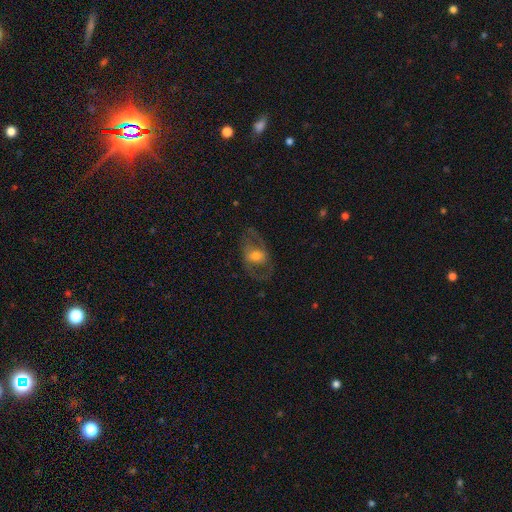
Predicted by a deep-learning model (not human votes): Smooth or featured: featured or disk — 61% (smooth — 31%)
Edge-on disk: no — 91% (yes — 9%)
Bar: no — 44% (weak — 37%)
Spiral arms: yes — 55% (no — 45%)
Bulge size: moderate — 58% (small — 20%)
Merging: none — 66% (major disturbance — 16%)